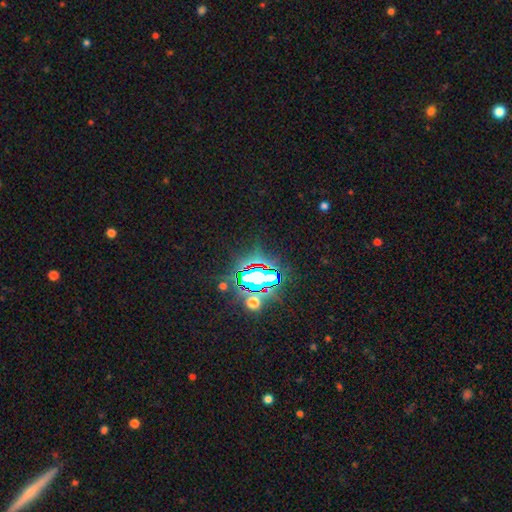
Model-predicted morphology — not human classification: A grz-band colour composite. It shows a star or artifact, not a galaxy (82%).